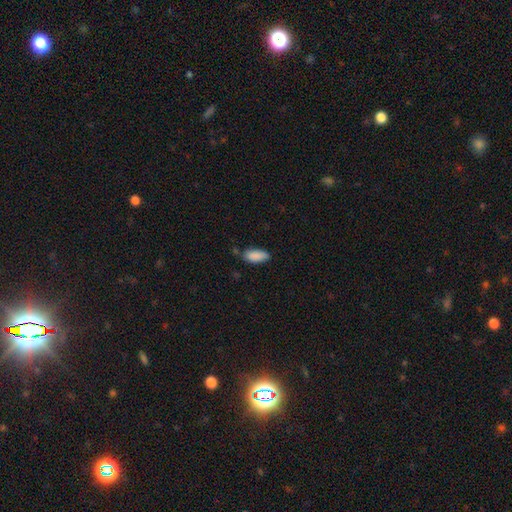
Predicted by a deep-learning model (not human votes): This appears to be a smooth galaxy with no disk features (89%) that is in between round and cigar-shaped (85%). Merging: none (73%).